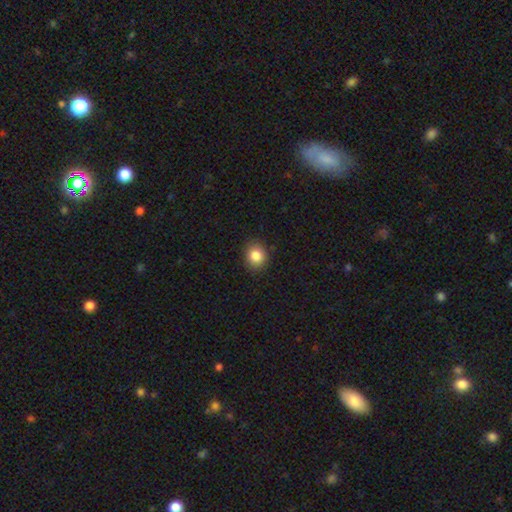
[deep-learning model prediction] Smooth or featured? Predicted: smooth (p=0.85). How rounded? Predicted: round (p=0.68). Merging? Predicted: none (p=0.88).